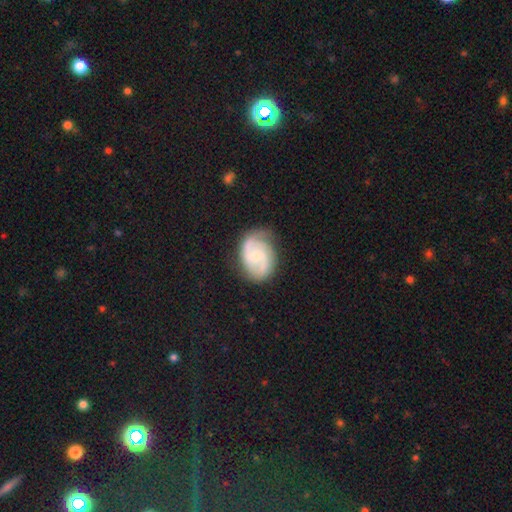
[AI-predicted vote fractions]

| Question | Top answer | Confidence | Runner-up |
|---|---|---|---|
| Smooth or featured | featured or disk | 78% | smooth (17%) |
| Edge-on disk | no | 98% | yes (2%) |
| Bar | no | 50% | weak (43%) |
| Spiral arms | yes | 96% | no (4%) |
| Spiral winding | medium | 50% | tight (32%) |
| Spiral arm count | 2 | 79% | can't tell (8%) |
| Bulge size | small | 55% | moderate (37%) |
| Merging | none | 72% | minor disturbance (20%) |